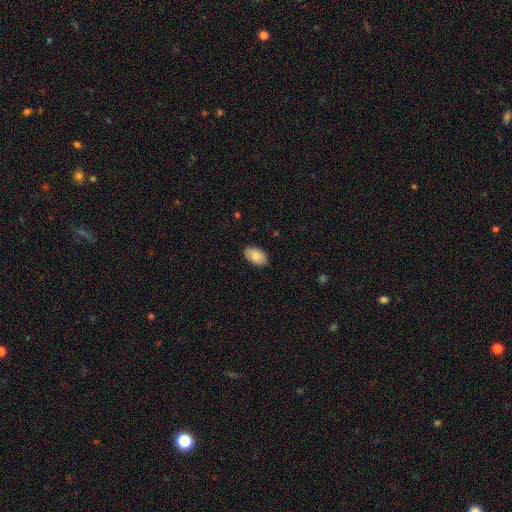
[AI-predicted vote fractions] Smooth or featured? Predicted: smooth (p=0.87). How rounded? Predicted: in between (p=0.93). Merging? Predicted: none (p=0.87).